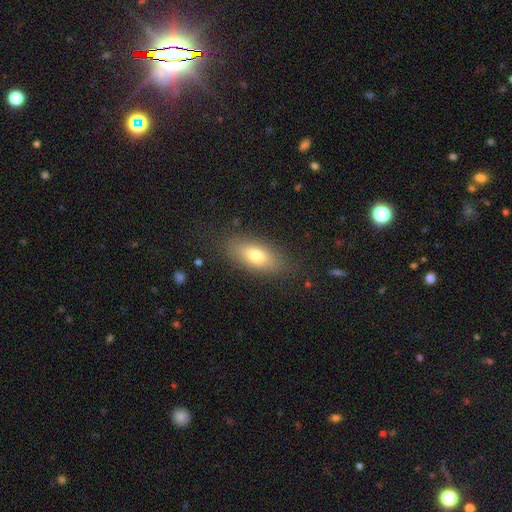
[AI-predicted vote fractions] This is likely a smooth galaxy (73%). How rounded: clearly in between (81%). Merging: clearly none (83%).